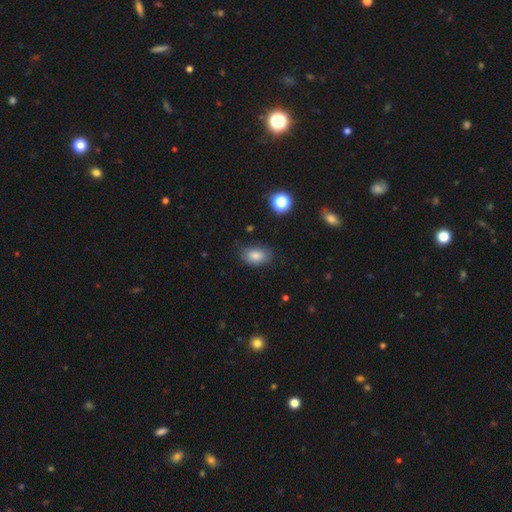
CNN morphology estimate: smooth_or_featured: smooth (p=0.82) [alt: star or artifact p=0.10]
how_rounded: in between (p=0.85) [alt: round p=0.13]
merging: none (p=0.73) [alt: minor disturbance p=0.21]